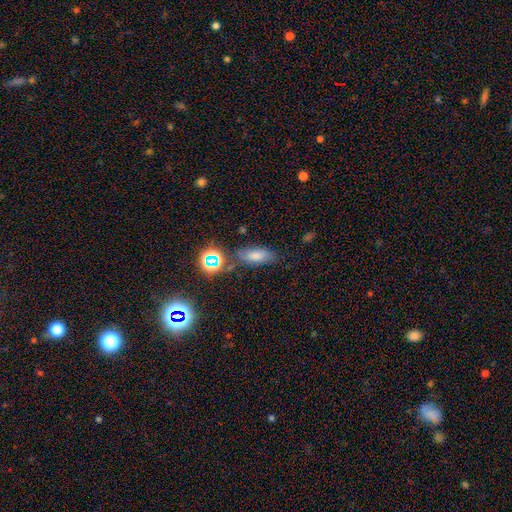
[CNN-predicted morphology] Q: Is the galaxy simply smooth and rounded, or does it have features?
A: smooth — 71%.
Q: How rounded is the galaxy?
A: in between — 74%.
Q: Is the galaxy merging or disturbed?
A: none — 70%.